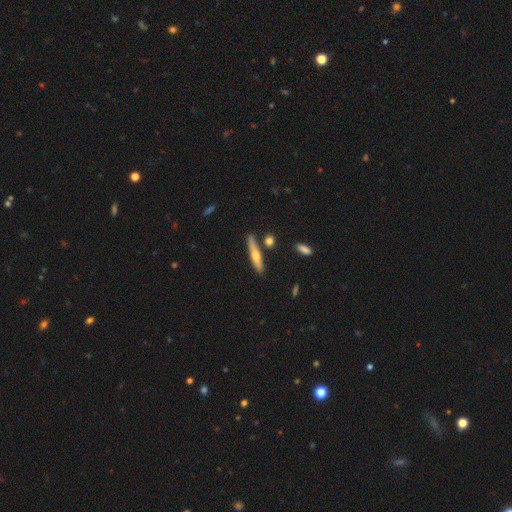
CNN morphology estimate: smooth_or_featured: featured or disk (p=0.49) [alt: smooth p=0.45]
merging: none (p=0.80) [alt: minor disturbance p=0.12]